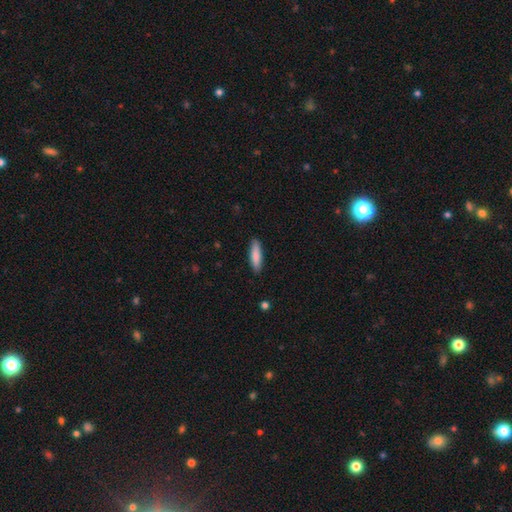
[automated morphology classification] Overall: smooth (84%). How rounded: cigar-shaped (74%). Merging: none (89%).